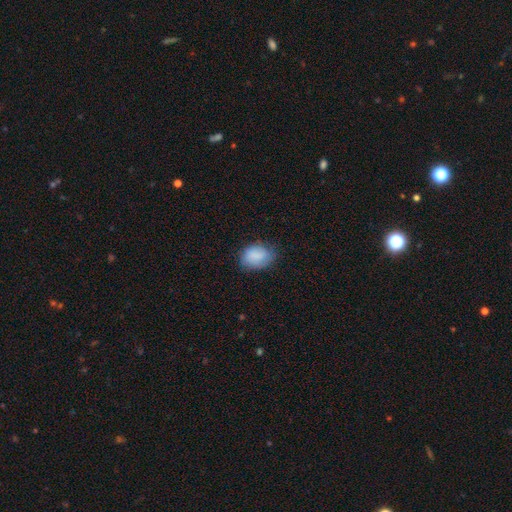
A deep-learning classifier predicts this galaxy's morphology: This appears to be a smooth galaxy with no disk features (85%) that is in between round and cigar-shaped (70%). Merging: none (70%).